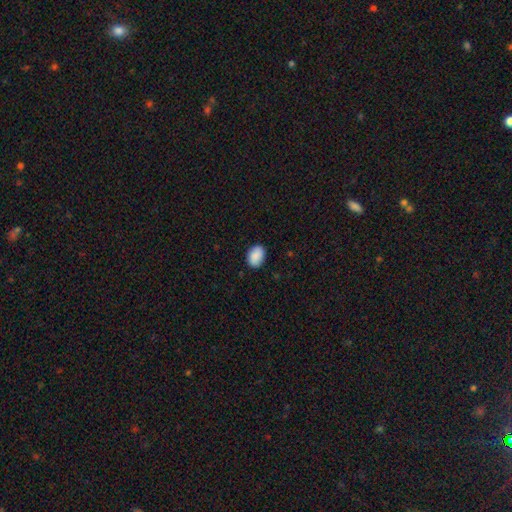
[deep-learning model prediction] smooth-or-featured: smooth: 89% | star or artifact: 7% | featured or disk: 4%
  how-rounded: in between: 77% | round: 22% | cigar-shaped: 1%
  merging: none: 87% | minor disturbance: 10% | major disturbance: 2% | merger: 1%